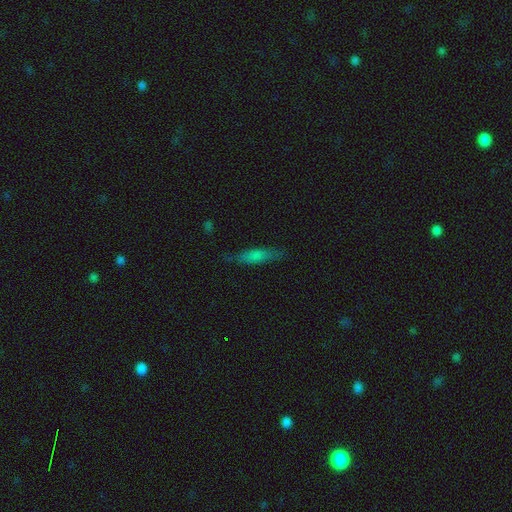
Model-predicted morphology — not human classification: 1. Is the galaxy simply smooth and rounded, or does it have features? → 65% smooth, 26% featured or disk, 9% star or artifact.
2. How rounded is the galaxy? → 72% cigar-shaped, 26% in between, 2% round.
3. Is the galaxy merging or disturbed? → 77% none, 17% minor disturbance, 4% major disturbance, 2% merger.